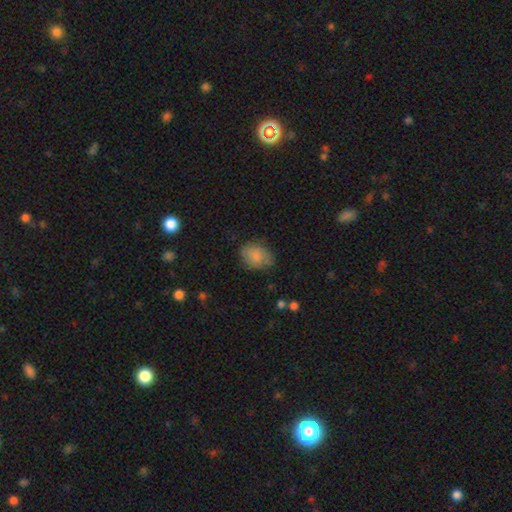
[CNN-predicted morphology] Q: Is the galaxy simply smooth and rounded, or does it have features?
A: smooth — 74%.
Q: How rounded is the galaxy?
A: in between — 66%.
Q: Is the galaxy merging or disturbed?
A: none — 67%.